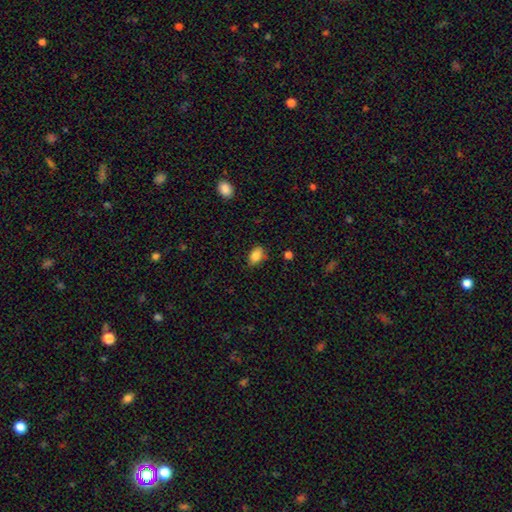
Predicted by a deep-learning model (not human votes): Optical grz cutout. It shows a smooth galaxy with no disk features (86%) that is in between round and cigar-shaped (84%). Merging: none (78%).